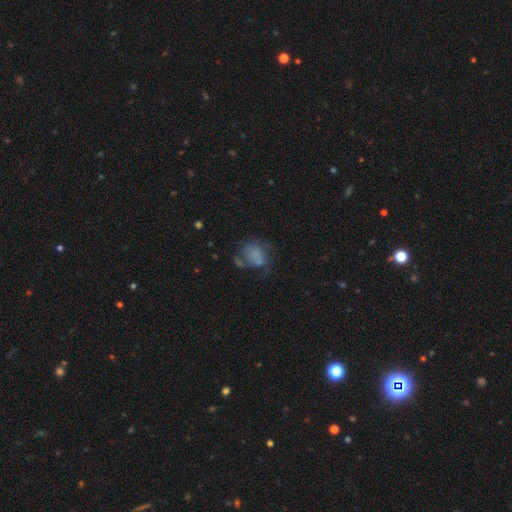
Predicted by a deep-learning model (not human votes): Smooth or featured? Predicted: smooth (p=0.61). How rounded? Predicted: in between (p=0.55). Merging? Predicted: none (p=0.39).